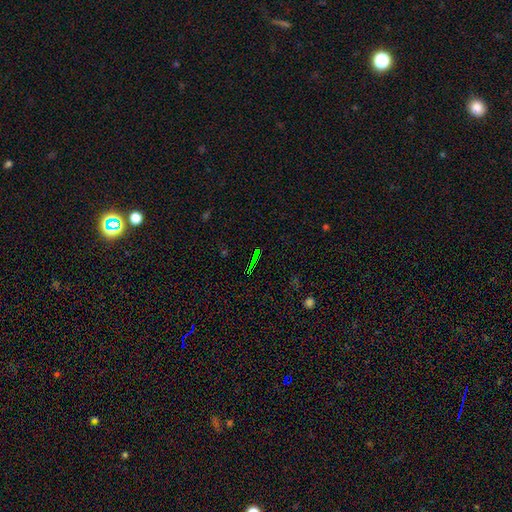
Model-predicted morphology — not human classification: The model was most divided on "smooth or featured": star or artifact: 68%, smooth: 17%, featured or disk: 15%.